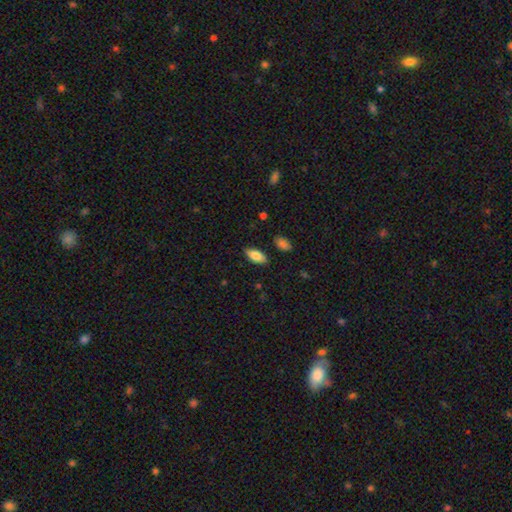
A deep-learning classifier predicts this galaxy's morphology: type=smooth (82%); roundness=in between (88%); merging=none (87%).